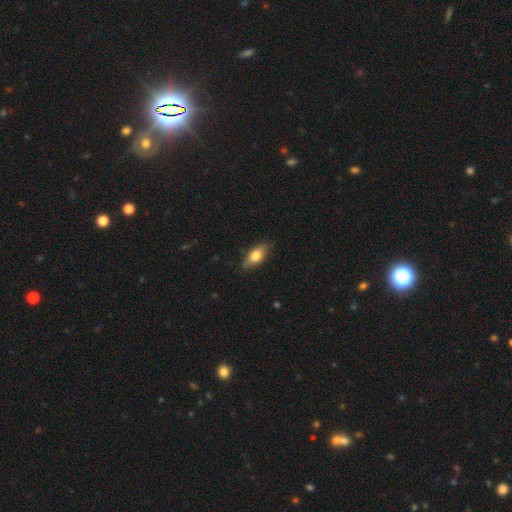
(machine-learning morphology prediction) smooth 70%, featured or disk 23%, star or artifact 6%. Down the decision tree: how rounded — in between (79%); merging — none (82%).